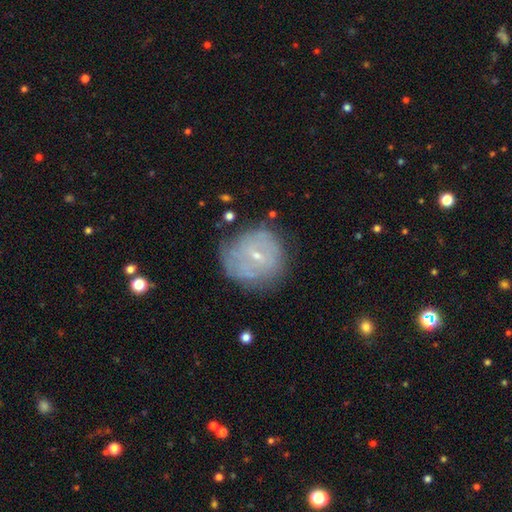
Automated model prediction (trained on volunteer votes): Smooth or featured: featured or disk — 60% (smooth — 31%)
Edge-on disk: no — 96% (yes — 4%)
Bar: no — 49% (weak — 42%)
Spiral arms: yes — 65% (no — 35%)
Bulge size: small — 79% (moderate — 17%)
Merging: none — 68% (minor disturbance — 21%)